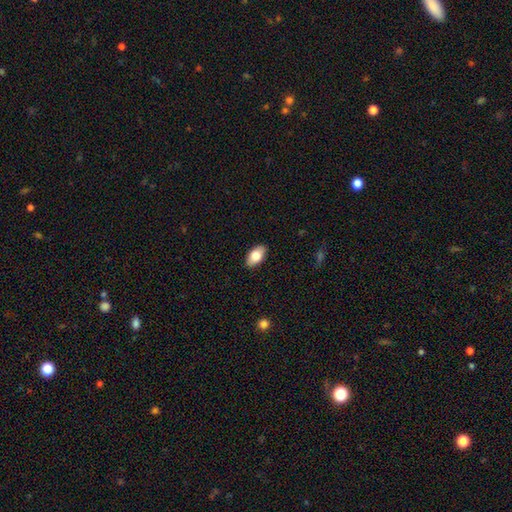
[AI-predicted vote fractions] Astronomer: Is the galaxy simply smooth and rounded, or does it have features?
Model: smooth — 79%.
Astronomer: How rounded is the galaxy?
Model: in between — 93%.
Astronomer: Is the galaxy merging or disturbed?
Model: none — 88%.